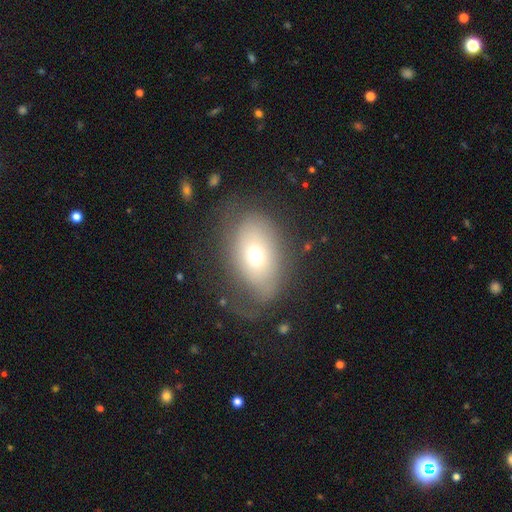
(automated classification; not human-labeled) Smooth or featured? Predicted: smooth (p=0.56). How rounded? Predicted: in between (p=0.83). Merging? Predicted: none (p=0.60).